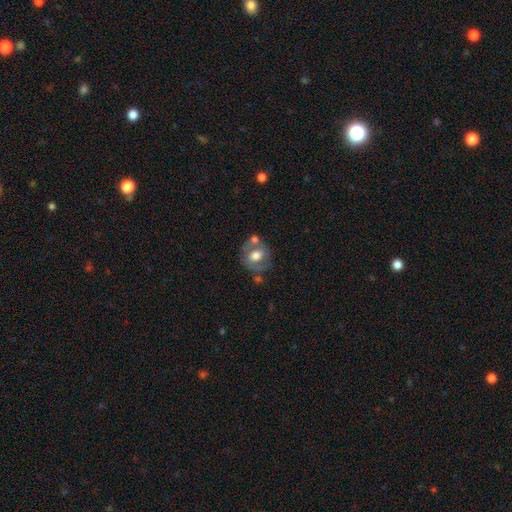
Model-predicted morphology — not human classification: Smooth or featured? Predicted: smooth (p=0.56). How rounded? Predicted: round (p=0.71). Merging? Predicted: none (p=0.58).